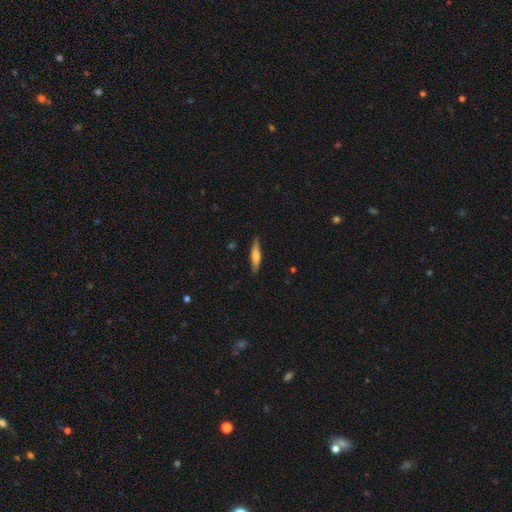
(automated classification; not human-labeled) This is likely a smooth galaxy (61%). How rounded: clearly cigar-shaped (82%). Merging: clearly none (85%).